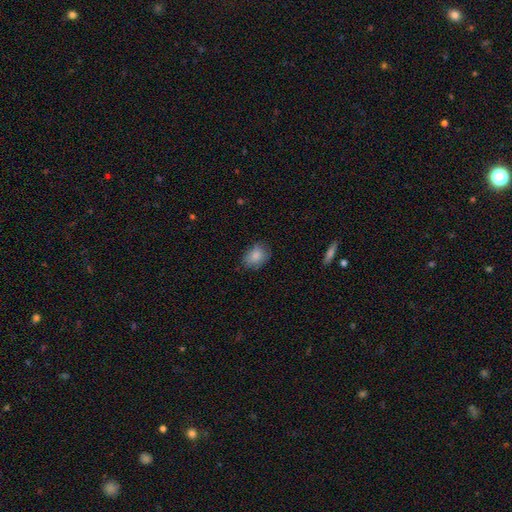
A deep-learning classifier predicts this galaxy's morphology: Smooth or featured: smooth — 85% (star or artifact — 8%)
How rounded: in between — 71% (round — 28%)
Merging: none — 74% (minor disturbance — 20%)